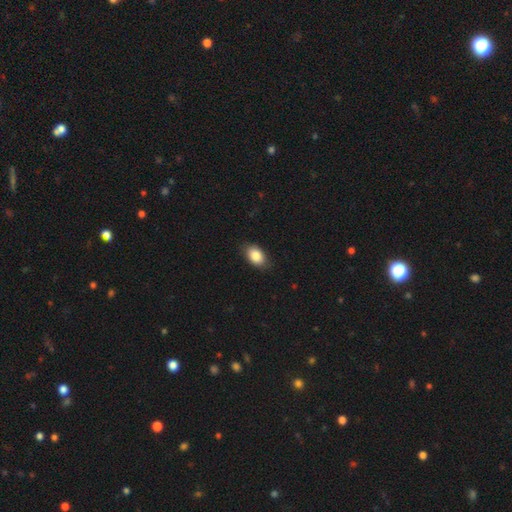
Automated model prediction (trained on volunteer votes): smooth 87%, star or artifact 7%, featured or disk 6%. Down the decision tree: how rounded — in between (88%); merging — none (83%).